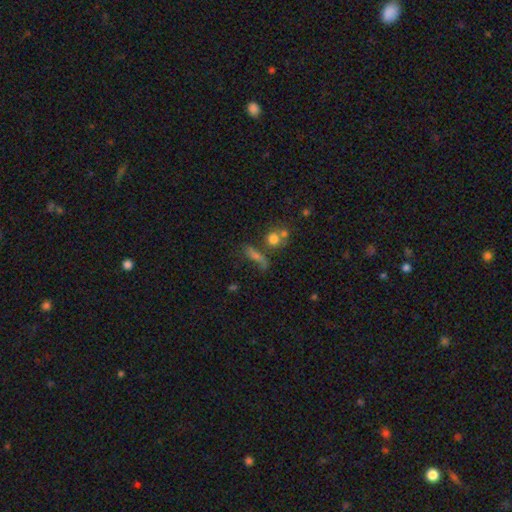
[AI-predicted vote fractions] This appears to be a smooth galaxy with no disk features (52%) that is cigar-shaped (48%). Merging: none (48%).